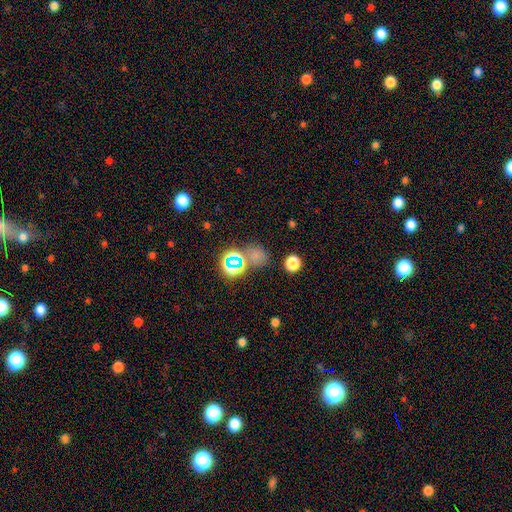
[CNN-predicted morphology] Smooth or featured? smooth (55%)
How rounded? round (67%)
Merging? none (66%)